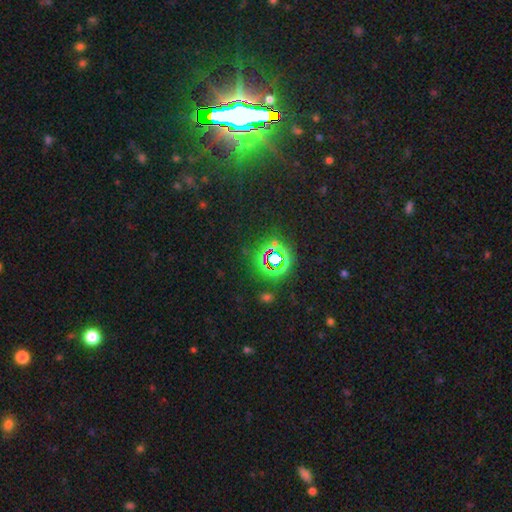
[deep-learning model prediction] A star or artifact, not a galaxy (72%).

Vote fractions:
- Smooth or featured? star or artifact: 72% / smooth: 15% / featured or disk: 12%